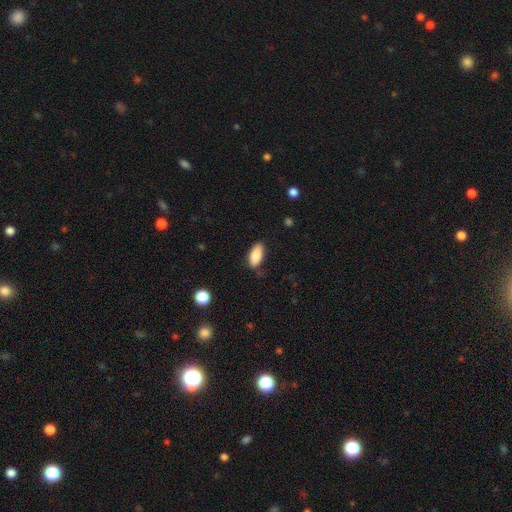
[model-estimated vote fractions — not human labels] smooth-or-featured: smooth: 86% | featured or disk: 7% | star or artifact: 7%
  how-rounded: in between: 85% | cigar-shaped: 13% | round: 2%
  merging: none: 81% | minor disturbance: 15% | major disturbance: 3% | merger: 1%